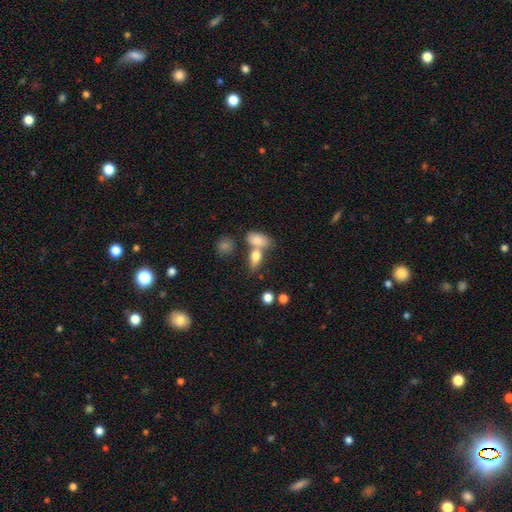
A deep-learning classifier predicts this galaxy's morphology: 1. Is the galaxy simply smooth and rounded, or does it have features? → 76% smooth, 15% featured or disk, 9% star or artifact.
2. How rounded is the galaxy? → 80% in between, 11% cigar-shaped, 9% round.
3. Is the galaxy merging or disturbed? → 46% merger, 39% none, 10% minor disturbance, 5% major disturbance.